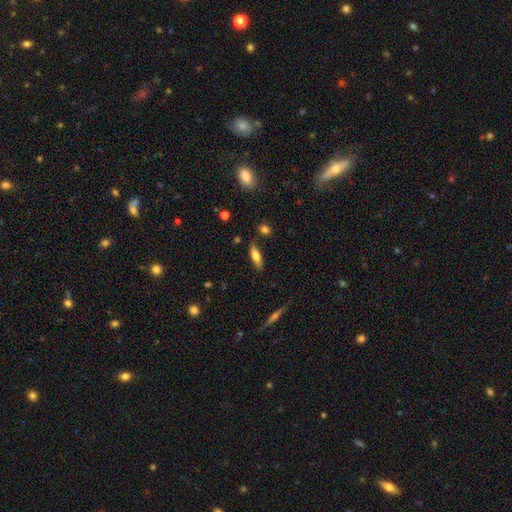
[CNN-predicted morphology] smooth-or-featured: smooth: 66% | featured or disk: 26% | star or artifact: 7%
  how-rounded: in between: 53% | cigar-shaped: 45% | round: 2%
  merging: none: 76% | minor disturbance: 17% | merger: 4% | major disturbance: 4%